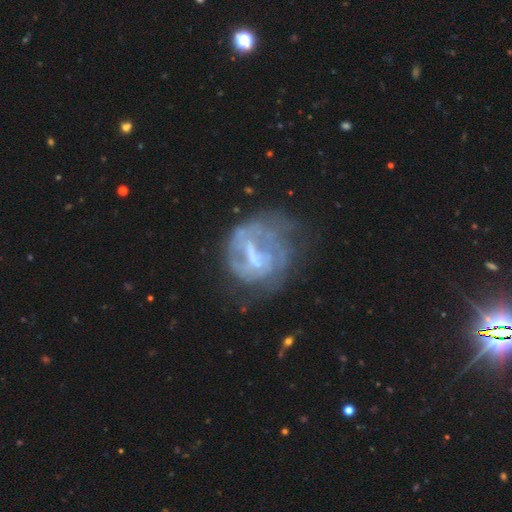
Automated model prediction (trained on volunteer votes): Smooth or featured? featured or disk (67%)
Edge-on disk? no (97%)
Bar? weak (44%)
Spiral arms? yes (51%)
Bulge size? none (35%)
Merging? none (47%)